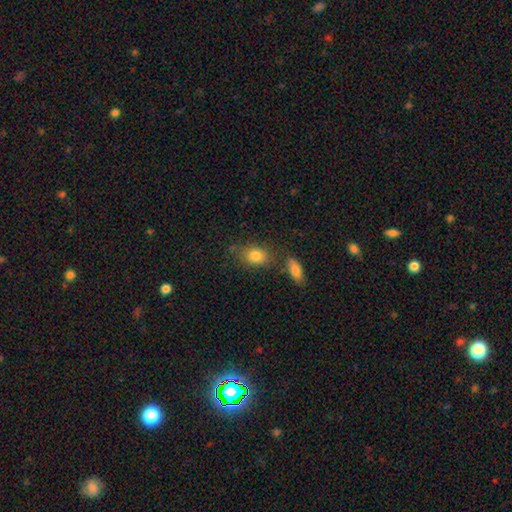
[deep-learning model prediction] This appears to be a smooth galaxy with no disk features (81%) that is in between round and cigar-shaped (70%). Merging: none (65%).